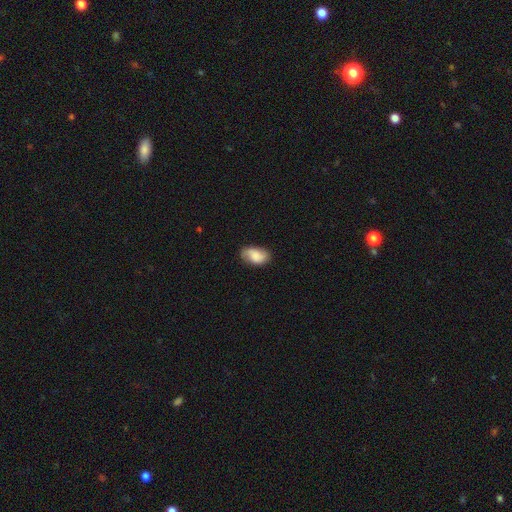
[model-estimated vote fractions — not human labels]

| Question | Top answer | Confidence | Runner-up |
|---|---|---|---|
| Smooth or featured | smooth | 66% | featured or disk (26%) |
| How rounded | in between | 91% | round (7%) |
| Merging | none | 72% | minor disturbance (22%) |